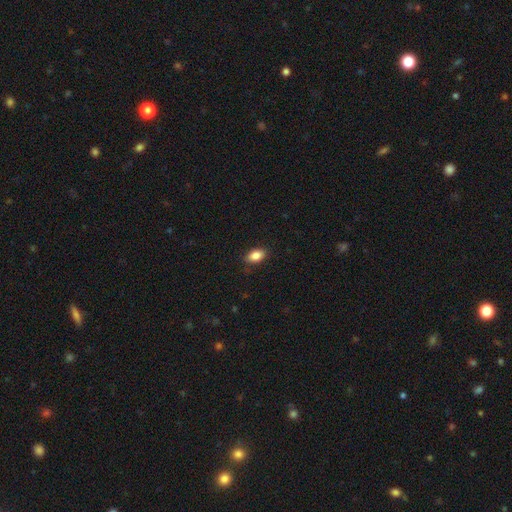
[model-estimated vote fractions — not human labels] smooth_or_featured: smooth (p=0.87) [alt: star or artifact p=0.08]
how_rounded: in between (p=0.88) [alt: round p=0.09]
merging: none (p=0.86) [alt: minor disturbance p=0.11]